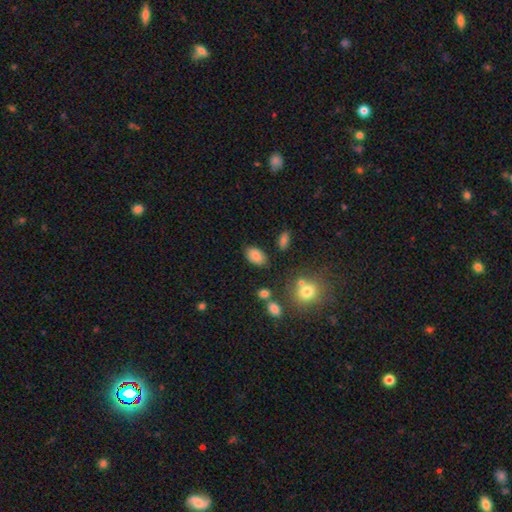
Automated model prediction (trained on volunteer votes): Q: Smooth or featured?
A: smooth (84%); runner-up: star or artifact (10%)
Q: How rounded?
A: in between (90%); runner-up: round (9%)
Q: Merging?
A: none (80%); runner-up: minor disturbance (12%)